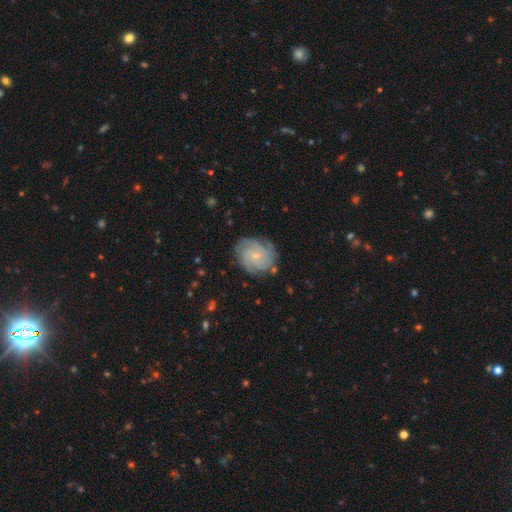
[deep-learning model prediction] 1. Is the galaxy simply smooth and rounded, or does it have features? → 74% featured or disk, 19% smooth, 7% star or artifact.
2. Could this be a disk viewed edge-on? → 98% no, 2% yes.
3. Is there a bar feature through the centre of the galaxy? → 69% no, 27% weak, 4% strong.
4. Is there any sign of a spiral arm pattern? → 95% yes, 5% no.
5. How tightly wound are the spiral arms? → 65% tight, 28% medium, 7% loose.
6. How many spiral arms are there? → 29% can't tell, 24% 3, 22% 4, 12% 2, 6% more than 4, 6% 1.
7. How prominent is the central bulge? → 74% small, 18% moderate, 5% none, 1% large, 1% dominant.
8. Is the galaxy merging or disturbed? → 77% none, 17% minor disturbance, 5% major disturbance, 2% merger.